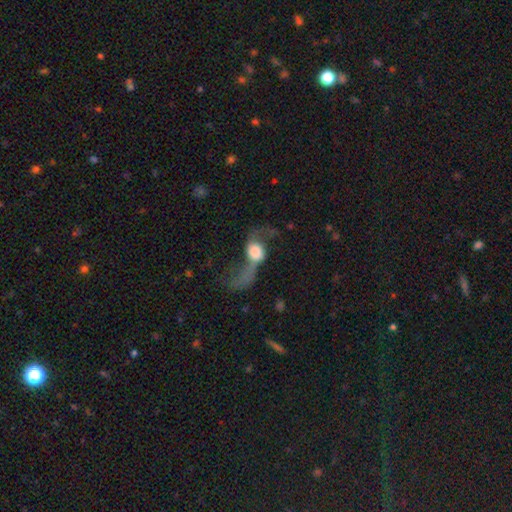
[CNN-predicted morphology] A featured or disk galaxy (63%) with no bar (67%), spiral arms (77%) and a large central bulge (43%).

Vote fractions:
- Smooth or featured? featured or disk: 63% / smooth: 27% / star or artifact: 11%
- Edge-on disk? no: 90% / yes: 10%
- Bar? no: 67% / weak: 25% / strong: 9%
- Spiral arms? yes: 77% / no: 23%
- Bulge size? large: 43% / moderate: 27% / dominant: 18% / small: 7% / none: 5%
- Merging? major disturbance: 44% / none: 30% / merger: 13% / minor disturbance: 13%